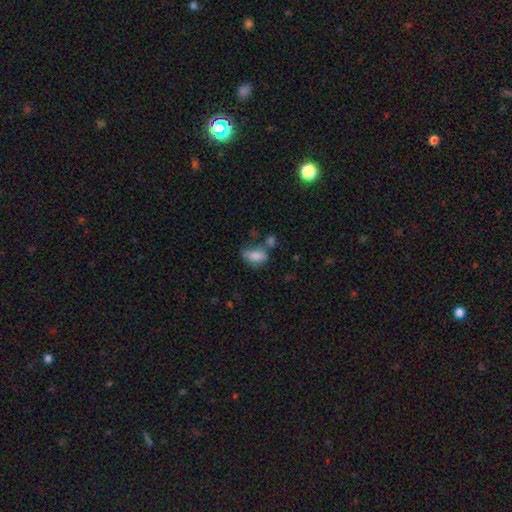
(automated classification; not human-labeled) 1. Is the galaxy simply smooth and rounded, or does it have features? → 79% smooth, 12% featured or disk, 9% star or artifact.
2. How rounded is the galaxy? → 86% in between, 8% cigar-shaped, 7% round.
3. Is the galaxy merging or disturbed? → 44% none, 25% minor disturbance, 18% merger, 13% major disturbance.